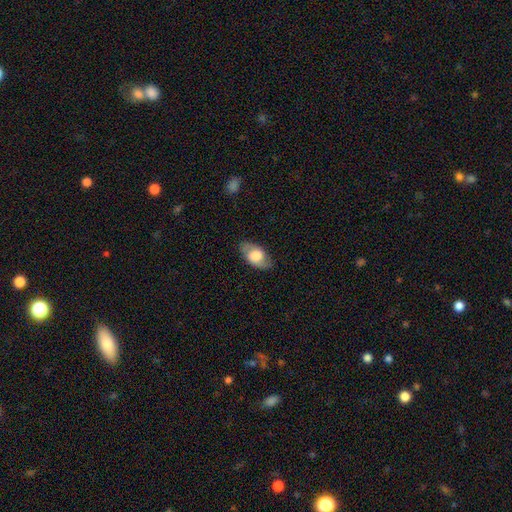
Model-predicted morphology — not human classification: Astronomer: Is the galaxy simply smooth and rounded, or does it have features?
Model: smooth — 64%.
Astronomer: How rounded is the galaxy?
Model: in between — 91%.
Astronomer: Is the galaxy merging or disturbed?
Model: none — 79%.